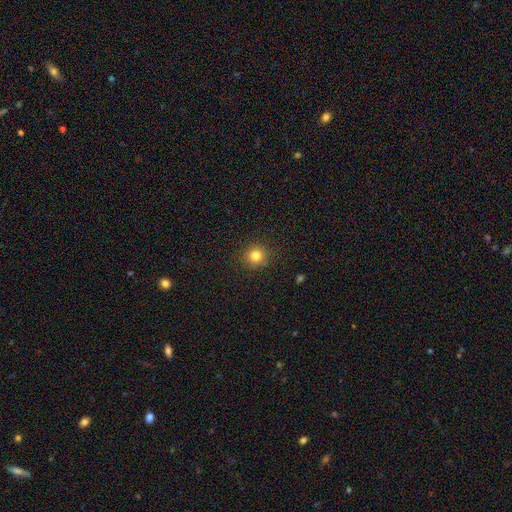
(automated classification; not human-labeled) smooth 82%, star or artifact 12%, featured or disk 6%. Down the decision tree: how rounded — round (93%); merging — none (91%).